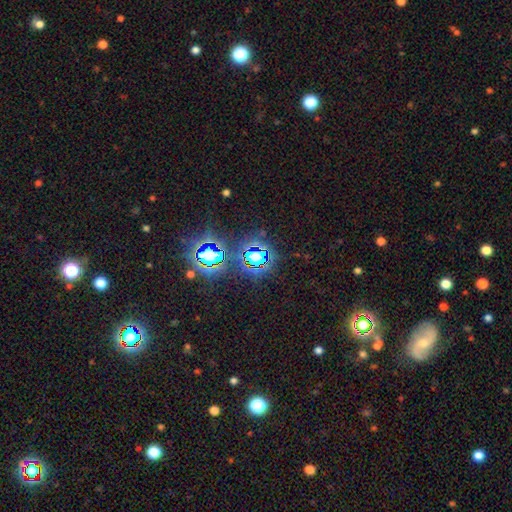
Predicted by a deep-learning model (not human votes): Smooth or featured? Predicted: star or artifact (p=0.73).